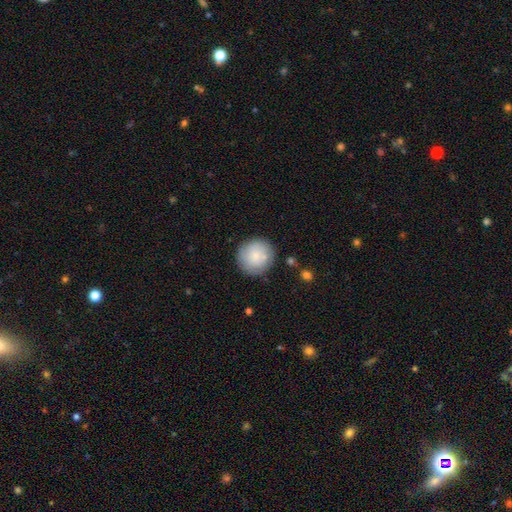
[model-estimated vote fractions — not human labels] smooth-or-featured: smooth: 81% | featured or disk: 12% | star or artifact: 7%
  how-rounded: round: 93% | in between: 6% | cigar-shaped: 1%
  merging: none: 81% | minor disturbance: 12% | merger: 4% | major disturbance: 3%